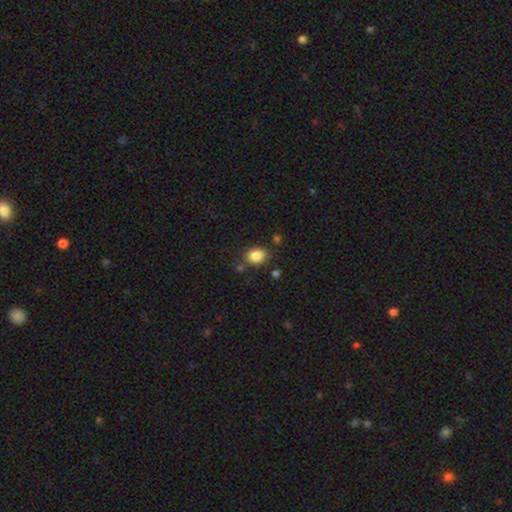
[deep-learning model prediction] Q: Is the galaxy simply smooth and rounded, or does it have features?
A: smooth — 86%.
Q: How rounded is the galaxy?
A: in between — 53%.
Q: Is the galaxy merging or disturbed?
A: none — 78%.